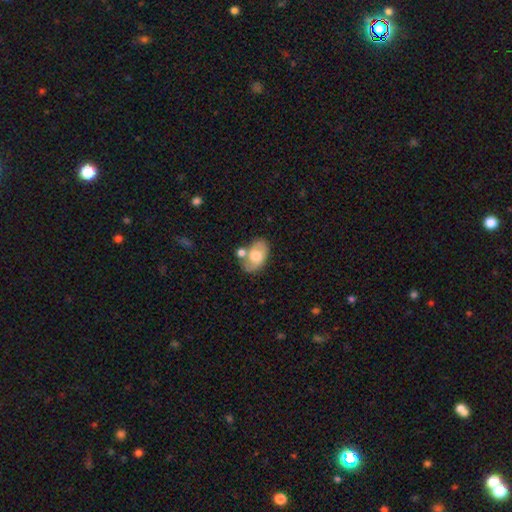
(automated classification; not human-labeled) smooth 55%, featured or disk 38%, star or artifact 7%. Down the decision tree: how rounded — in between (89%); merging — none (50%).